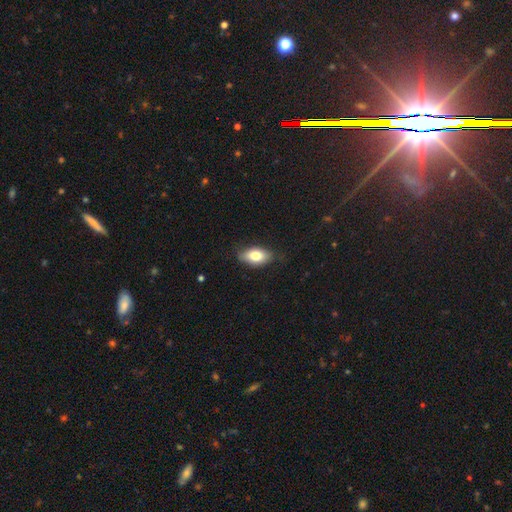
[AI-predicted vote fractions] Smooth or featured?
  - smooth: 75% *
  - featured or disk: 18%
  - star or artifact: 7%
How rounded?
  - in between: 88% *
  - round: 6%
  - cigar-shaped: 5%
Merging?
  - none: 79% *
  - minor disturbance: 17%
  - major disturbance: 3%
  - merger: 1%